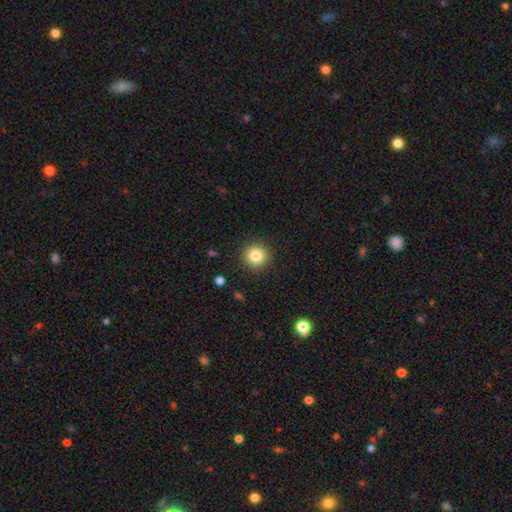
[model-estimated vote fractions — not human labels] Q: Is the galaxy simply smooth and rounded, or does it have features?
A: smooth — 83%.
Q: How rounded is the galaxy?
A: round — 94%.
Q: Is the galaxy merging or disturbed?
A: none — 91%.